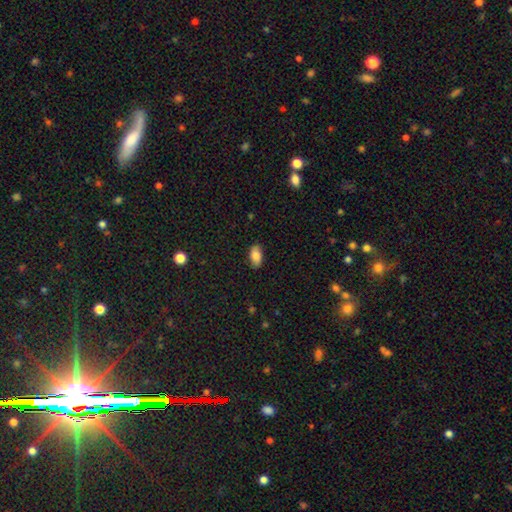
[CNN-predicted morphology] The model was most divided on "smooth or featured": smooth: 82%, featured or disk: 11%, star or artifact: 8%. More confident: how rounded — in between (93%); merging — none (86%).